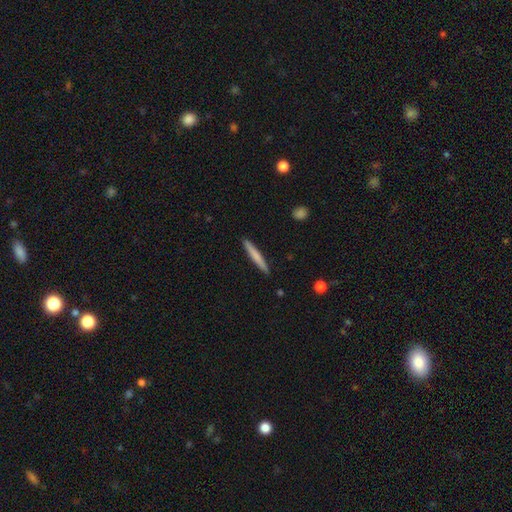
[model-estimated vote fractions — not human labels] Smooth or featured? smooth (68%)
How rounded? cigar-shaped (96%)
Merging? none (91%)